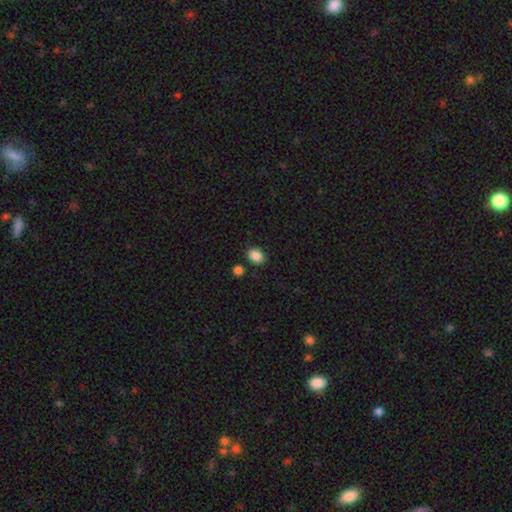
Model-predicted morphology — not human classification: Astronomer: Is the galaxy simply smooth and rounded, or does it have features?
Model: smooth — 87%.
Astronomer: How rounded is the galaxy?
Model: in between — 57% (runner-up: round, 42%).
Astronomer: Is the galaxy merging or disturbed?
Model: none — 85%.